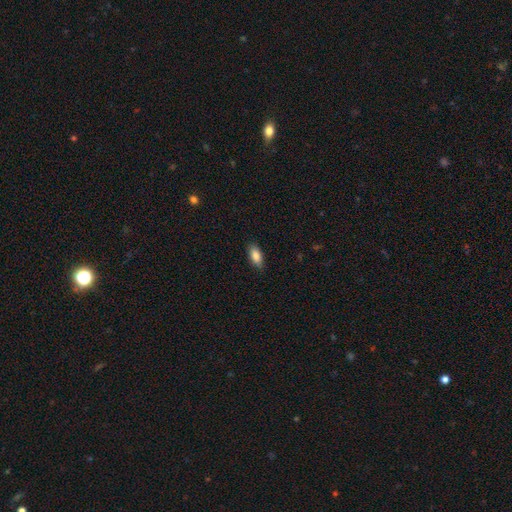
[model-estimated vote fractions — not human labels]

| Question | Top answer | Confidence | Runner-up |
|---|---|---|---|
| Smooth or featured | smooth | 85% | featured or disk (8%) |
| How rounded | in between | 86% | cigar-shaped (12%) |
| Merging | none | 86% | minor disturbance (11%) |